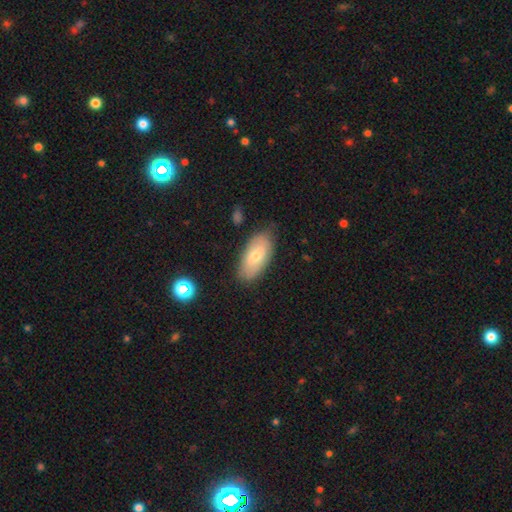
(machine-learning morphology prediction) Smooth or featured? Predicted: smooth (p=0.65). How rounded? Predicted: in between (p=0.91). Merging? Predicted: none (p=0.79).